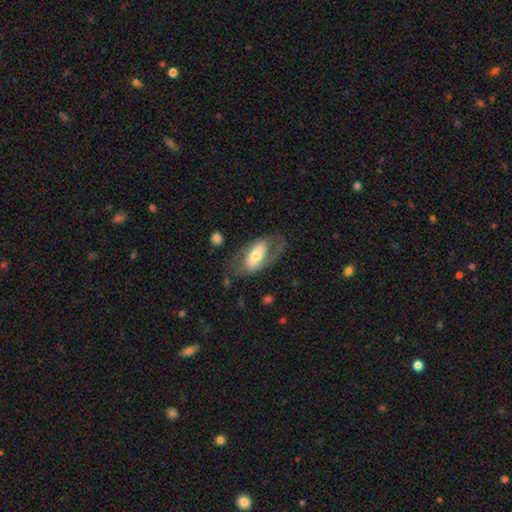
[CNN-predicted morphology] Smooth or featured?
  - featured or disk: 56% *
  - smooth: 38%
  - star or artifact: 6%
Edge-on disk?
  - no: 89% *
  - yes: 11%
Merging?
  - none: 56% *
  - major disturbance: 21%
  - minor disturbance: 21%
  - merger: 2%